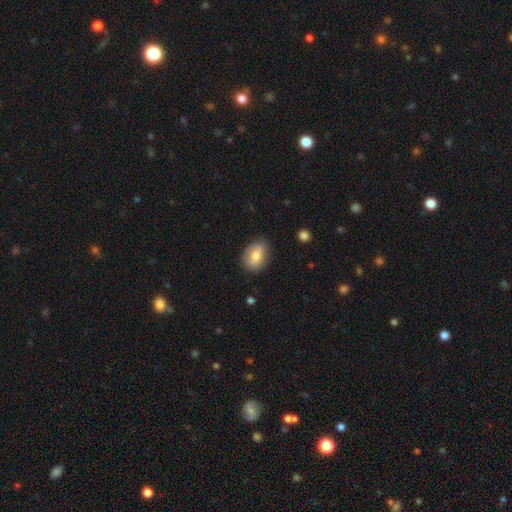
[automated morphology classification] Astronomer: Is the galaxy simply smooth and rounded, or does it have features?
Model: smooth — 75%.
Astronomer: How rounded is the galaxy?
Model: in between — 81%.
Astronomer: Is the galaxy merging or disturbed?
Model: none — 81%.